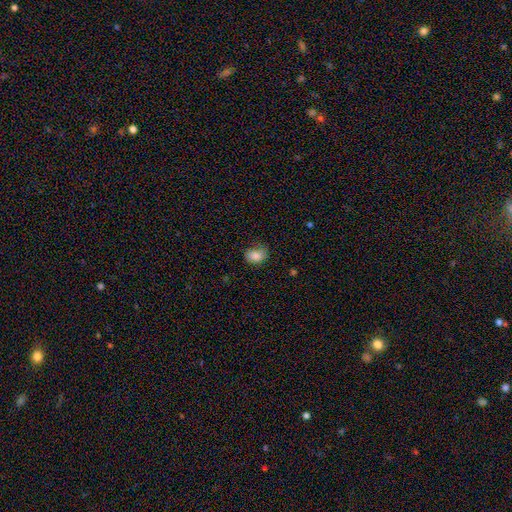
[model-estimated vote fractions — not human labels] Smooth or featured: smooth — 85% (star or artifact — 9%)
How rounded: in between — 69% (round — 30%)
Merging: none — 67% (minor disturbance — 25%)